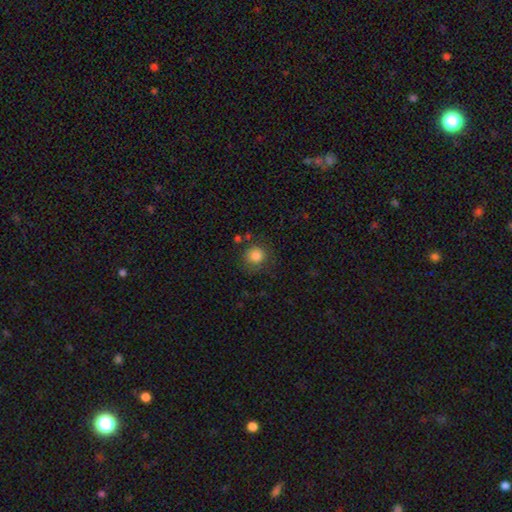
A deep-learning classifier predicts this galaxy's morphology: A smooth galaxy with no disk features (84%) that is round (91%).

Vote fractions:
- Smooth or featured? smooth: 84% / star or artifact: 11% / featured or disk: 6%
- How rounded? round: 91% / in between: 8% / cigar-shaped: 1%
- Merging? none: 77% / minor disturbance: 14% / major disturbance: 5% / merger: 4%